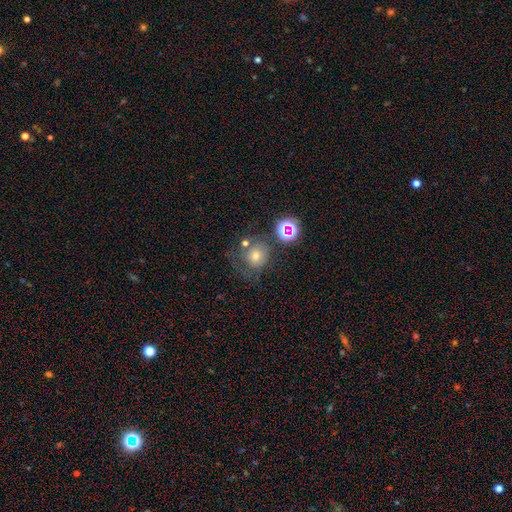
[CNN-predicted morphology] Smooth or featured? Predicted: smooth (p=0.55). How rounded? Predicted: round (p=0.84). Merging? Predicted: none (p=0.51).